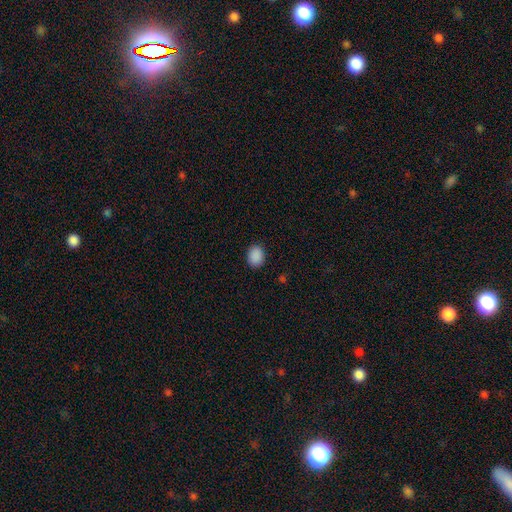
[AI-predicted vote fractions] The model was most divided on "how rounded": in between: 60%, round: 39%, cigar-shaped: 1%. More confident: smooth or featured — smooth (90%); merging — none (89%).